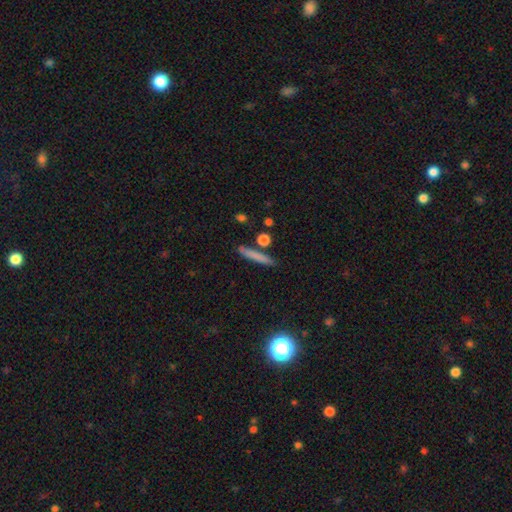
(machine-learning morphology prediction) A smooth galaxy with no disk features (74%) that is cigar-shaped (92%).

Vote fractions:
- Smooth or featured? smooth: 74% / featured or disk: 18% / star or artifact: 9%
- How rounded? cigar-shaped: 92% / in between: 5% / round: 3%
- Merging? none: 81% / minor disturbance: 10% / merger: 6% / major disturbance: 3%